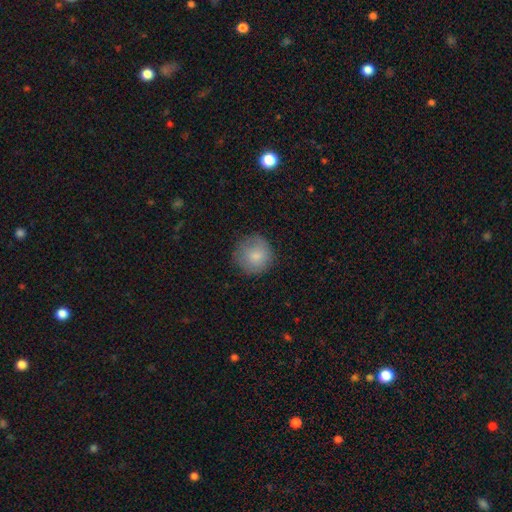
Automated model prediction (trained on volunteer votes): Morphology: type=smooth (82%); roundness=round (94%); merging=none (79%).